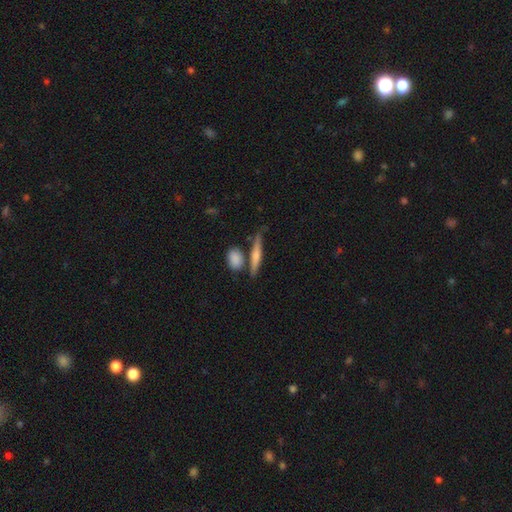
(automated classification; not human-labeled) Smooth or featured?
  - smooth: 58% *
  - featured or disk: 35%
  - star or artifact: 7%
How rounded?
  - cigar-shaped: 81% *
  - in between: 15%
  - round: 4%
Merging?
  - none: 70% *
  - minor disturbance: 14%
  - merger: 12%
  - major disturbance: 4%